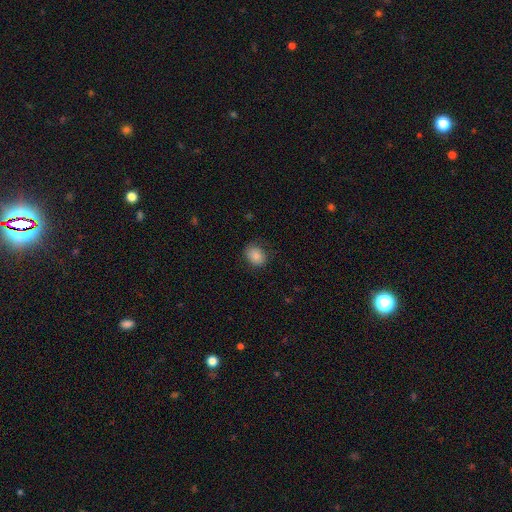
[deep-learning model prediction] Smooth or featured? smooth (84%)
How rounded? in between (50%)
Merging? none (79%)